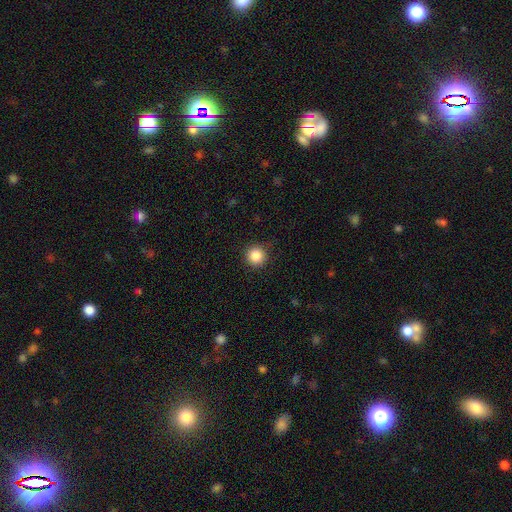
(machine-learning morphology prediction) type=smooth (86%); roundness=round (95%); merging=none (90%).